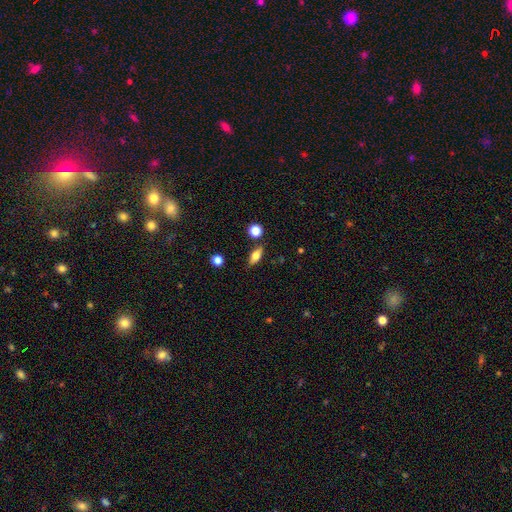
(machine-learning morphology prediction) A smooth galaxy with no disk features (65%) that is in between round and cigar-shaped (72%). Merging: none (81%).